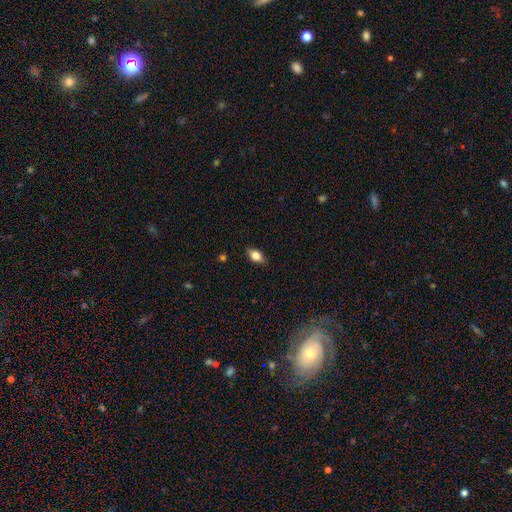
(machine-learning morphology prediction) smooth 72%, featured or disk 20%, star or artifact 8%. Down the decision tree: how rounded — in between (81%); merging — none (84%).